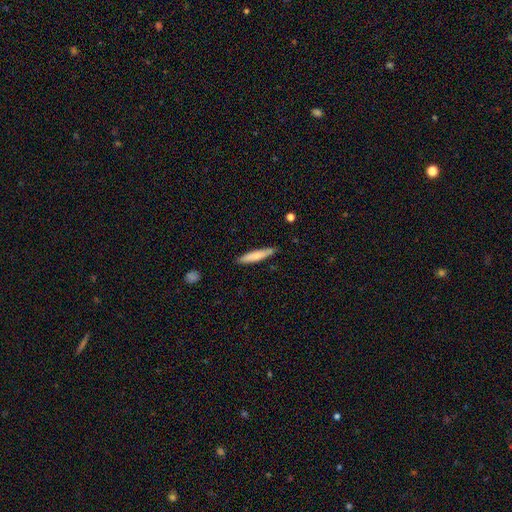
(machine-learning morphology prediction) The model was most divided on "smooth or featured": smooth: 72%, featured or disk: 22%, star or artifact: 6%. More confident: how rounded — cigar-shaped (89%); merging — none (83%).